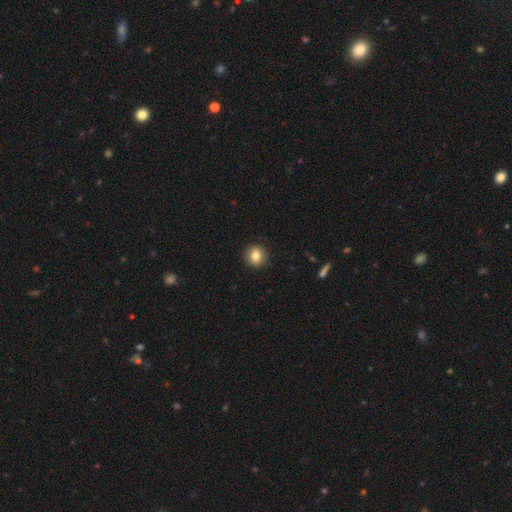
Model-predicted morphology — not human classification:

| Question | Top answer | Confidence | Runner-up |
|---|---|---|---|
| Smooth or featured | smooth | 82% | star or artifact (10%) |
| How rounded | round | 82% | in between (17%) |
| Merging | none | 91% | minor disturbance (6%) |